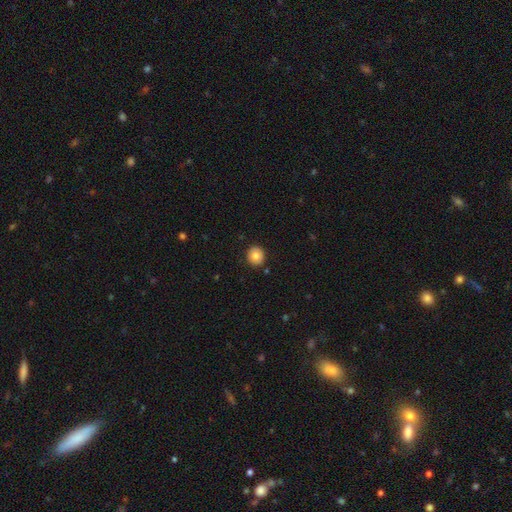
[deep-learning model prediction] This is clearly a smooth galaxy (82%). How rounded: clearly round (86%). Merging: clearly none (90%).